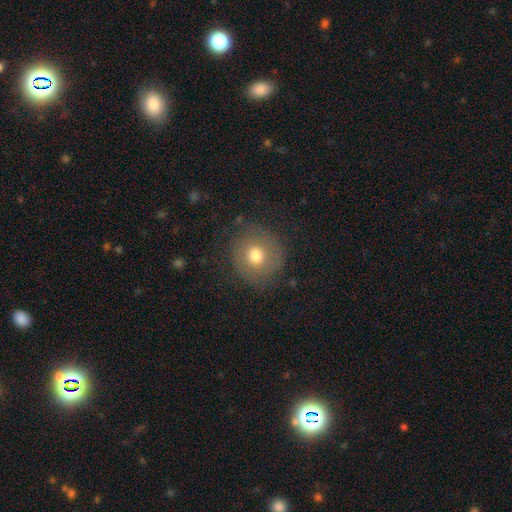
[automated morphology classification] type=smooth (71%); roundness=round (87%); merging=none (80%).